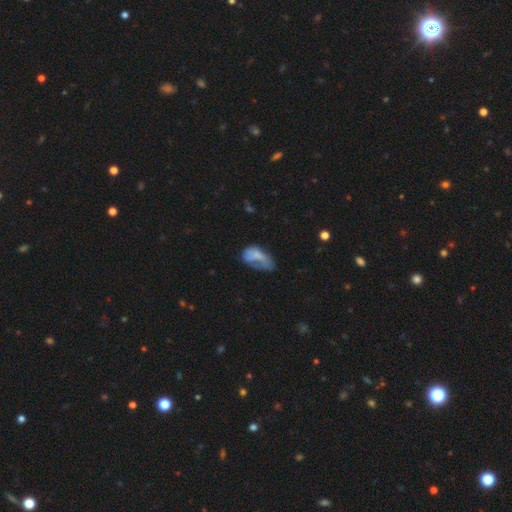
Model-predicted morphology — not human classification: type=smooth (60%); roundness=in between (90%); merging=major disturbance (42%).